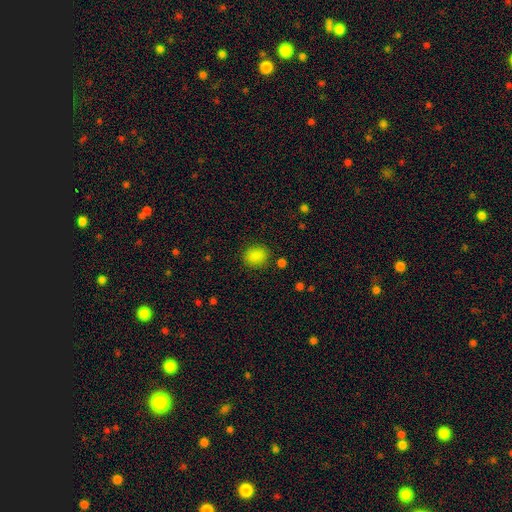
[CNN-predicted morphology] A smooth galaxy with no disk features (85%) that is round (55%). Merging: none (83%).